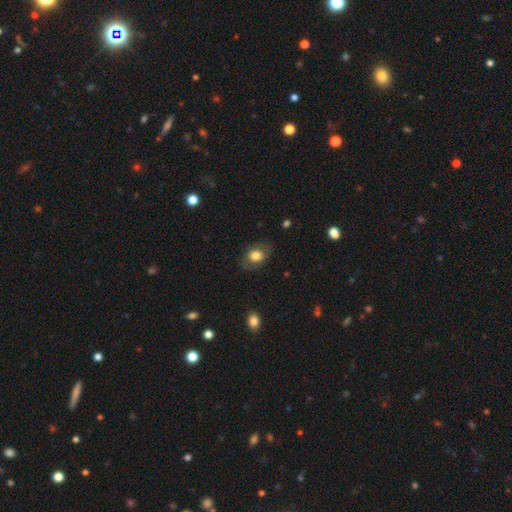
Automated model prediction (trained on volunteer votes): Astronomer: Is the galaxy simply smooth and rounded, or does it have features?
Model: smooth — 75%.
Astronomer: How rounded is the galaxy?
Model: in between — 71%.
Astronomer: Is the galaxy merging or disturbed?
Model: none — 76%.